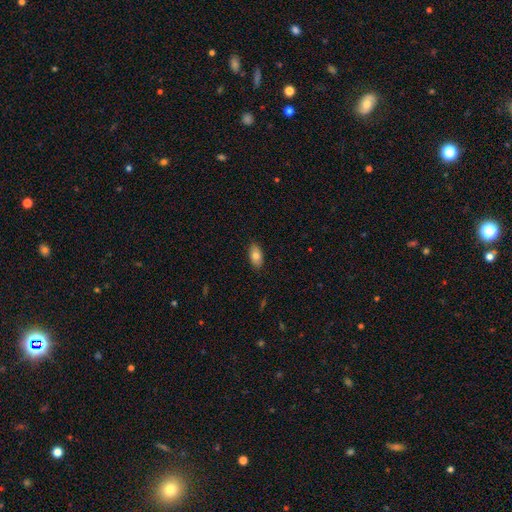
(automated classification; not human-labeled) Smooth or featured? Predicted: smooth (p=0.78). How rounded? Predicted: in between (p=0.92). Merging? Predicted: none (p=0.88).